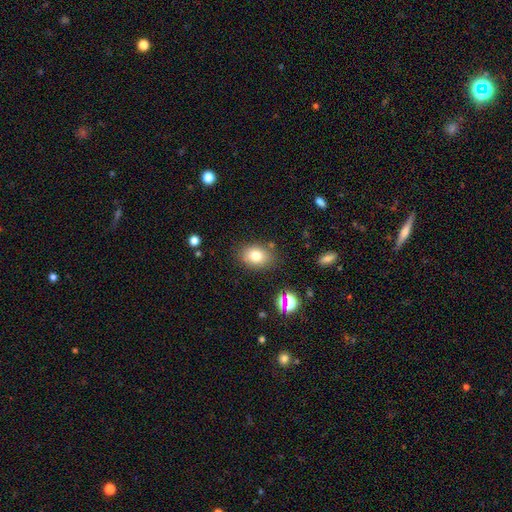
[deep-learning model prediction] A smooth galaxy with no disk features (78%) that is in between round and cigar-shaped (70%). Merging: none (80%).